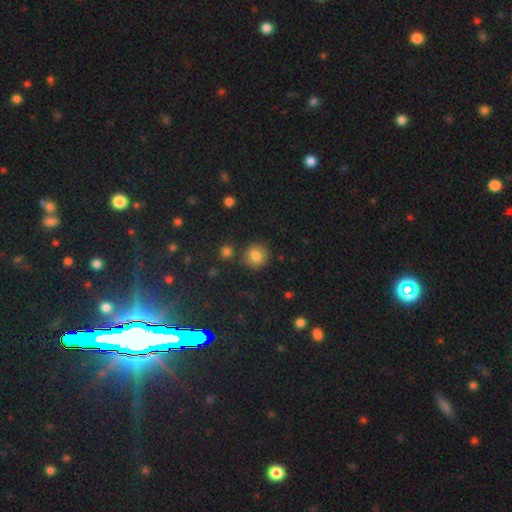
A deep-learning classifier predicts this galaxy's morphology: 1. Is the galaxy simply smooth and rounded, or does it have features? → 80% smooth, 12% star or artifact, 7% featured or disk.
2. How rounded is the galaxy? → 87% round, 11% in between, 1% cigar-shaped.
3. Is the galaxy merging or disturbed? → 81% none, 10% minor disturbance, 6% merger, 3% major disturbance.